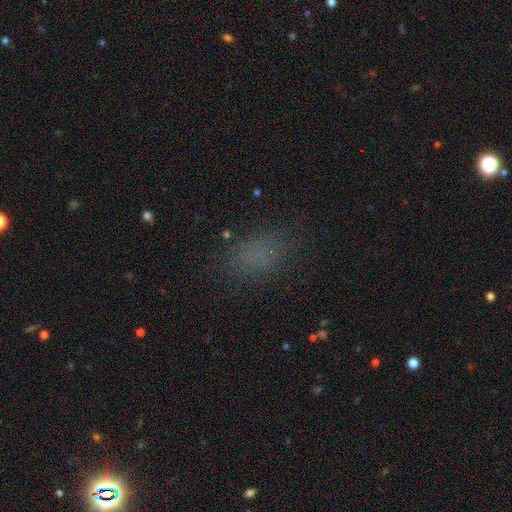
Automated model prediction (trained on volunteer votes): This appears to be a smooth galaxy with no disk features (74%) that is in between round and cigar-shaped (80%). Merging: none (79%).